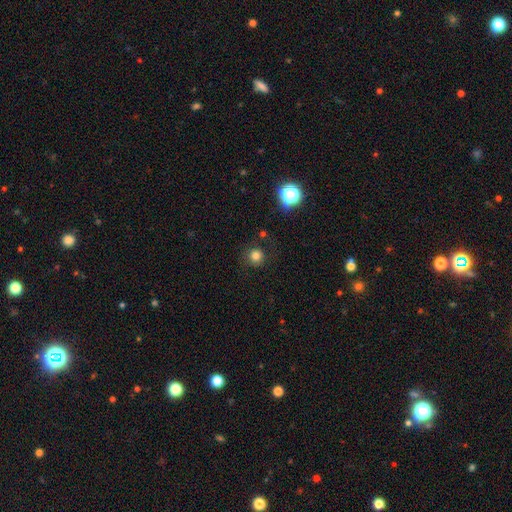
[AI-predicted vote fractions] Smooth or featured? Predicted: smooth (p=0.78). How rounded? Predicted: round (p=0.94). Merging? Predicted: none (p=0.85).